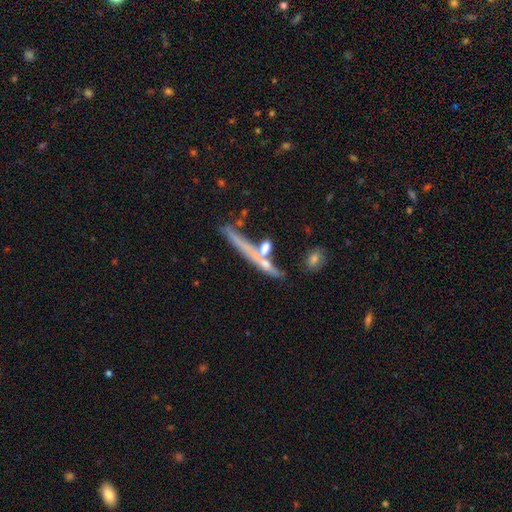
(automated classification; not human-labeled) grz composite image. It shows a featured or disk galaxy (53%) viewed edge-on (90%). Merging: none (68%).